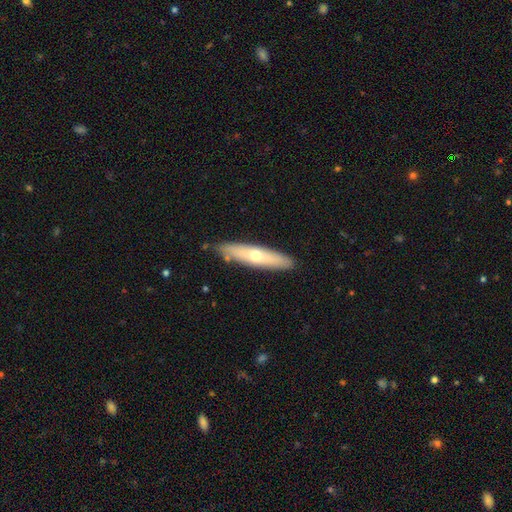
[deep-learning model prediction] smooth 49%, featured or disk 45%, star or artifact 6%. Down the decision tree: merging — none (86%).